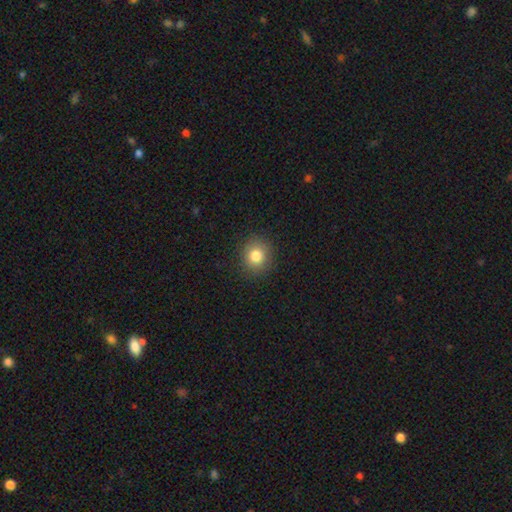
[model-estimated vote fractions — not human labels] A smooth galaxy with no disk features (82%) that is round (84%).

Vote fractions:
- Smooth or featured? smooth: 82% / star or artifact: 11% / featured or disk: 7%
- How rounded? round: 84% / in between: 15% / cigar-shaped: 1%
- Merging? none: 89% / minor disturbance: 8% / major disturbance: 3% / merger: 1%